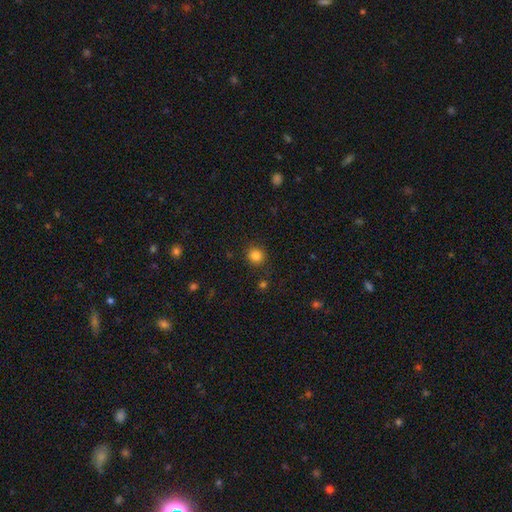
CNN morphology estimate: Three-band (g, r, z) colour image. It shows a smooth galaxy with no disk features (83%) that is round (89%). Merging: none (88%).